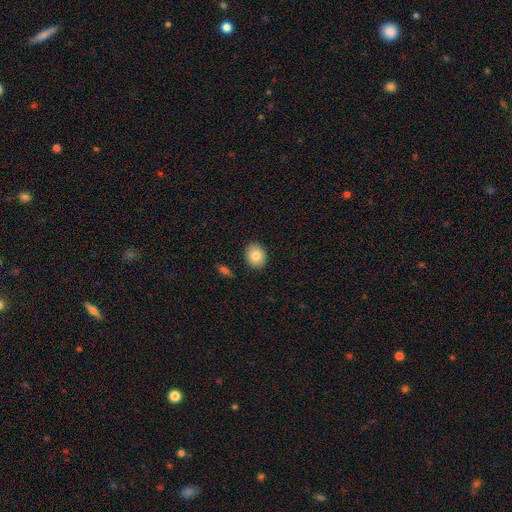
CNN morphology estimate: Smooth or featured? Predicted: smooth (p=0.81). How rounded? Predicted: in between (p=0.53). Merging? Predicted: none (p=0.88).